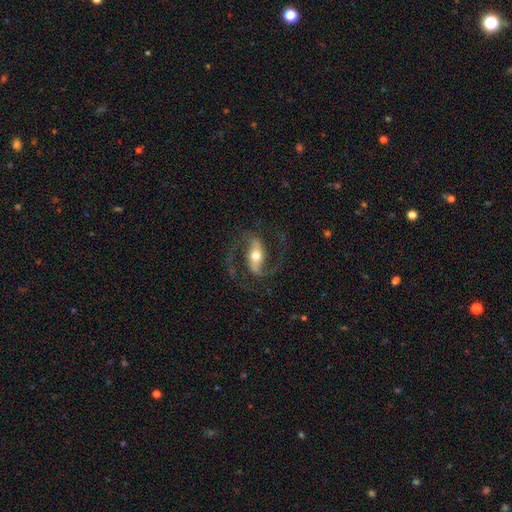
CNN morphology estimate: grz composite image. It shows a featured or disk galaxy (88%) with a strong bar (54%), 2 (93%) medium (56%) spiral arms (97%) and a moderate central bulge (69%). Merging: none (77%).